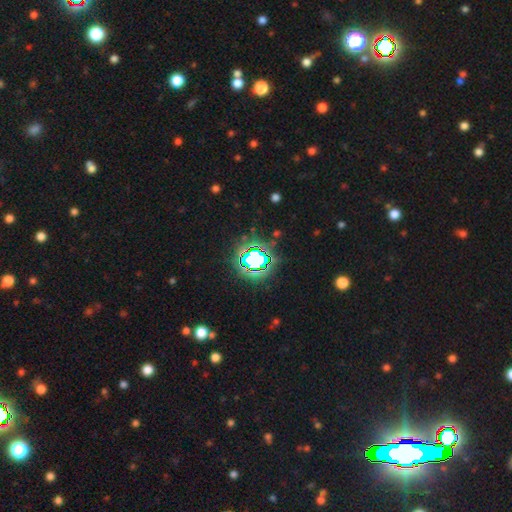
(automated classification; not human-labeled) Smooth or featured? Predicted: star or artifact (p=0.78).